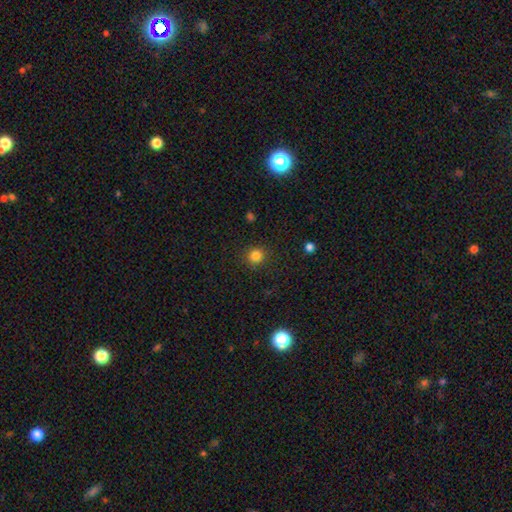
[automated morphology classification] This appears to be a smooth galaxy with no disk features (83%) that is round (91%). Merging: none (90%).